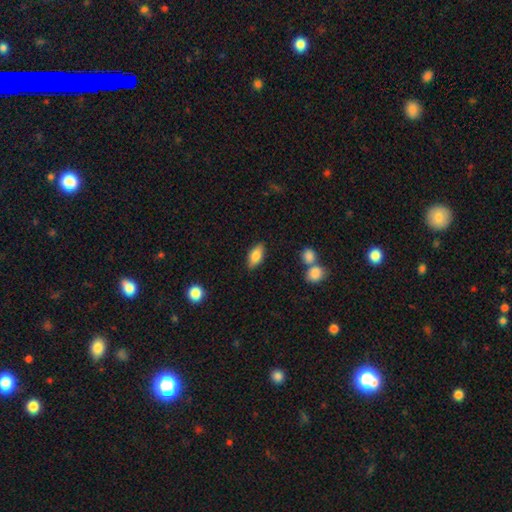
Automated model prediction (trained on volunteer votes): Smooth or featured: smooth — 77% (featured or disk — 16%)
How rounded: in between — 85% (cigar-shaped — 11%)
Merging: none — 84% (minor disturbance — 11%)